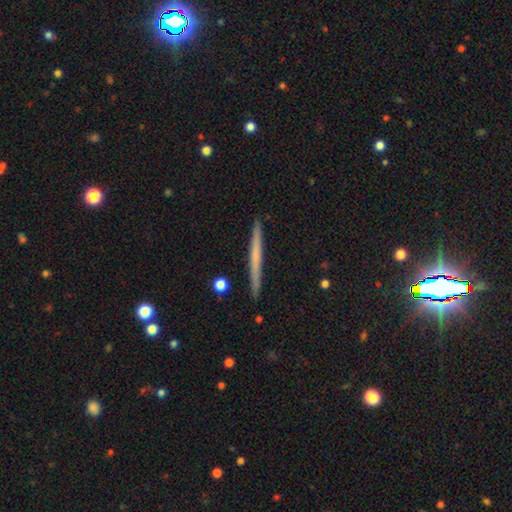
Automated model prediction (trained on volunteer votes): smooth_or_featured: featured or disk (p=0.47) [alt: smooth p=0.46]
merging: none (p=0.92) [alt: minor disturbance p=0.06]